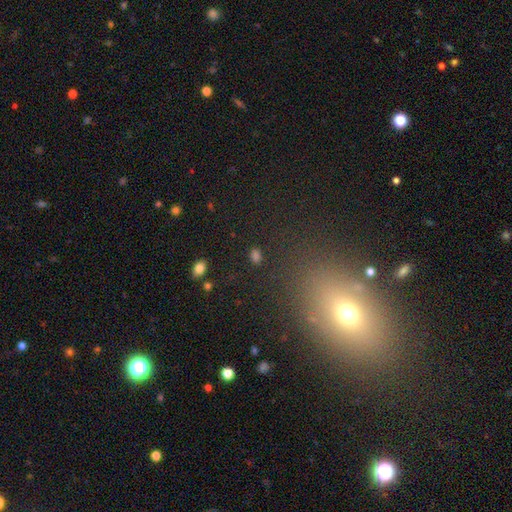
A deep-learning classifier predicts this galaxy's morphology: The model was most divided on "smooth or featured": smooth: 58%, star or artifact: 32%, featured or disk: 10%. More confident: merging — none (80%); how rounded — in between (63%).